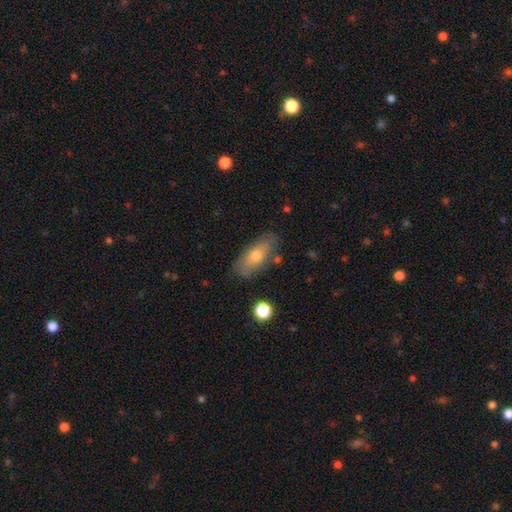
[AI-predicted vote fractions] This is likely a smooth galaxy (63%). How rounded: clearly in between (81%). Merging: likely none (76%).